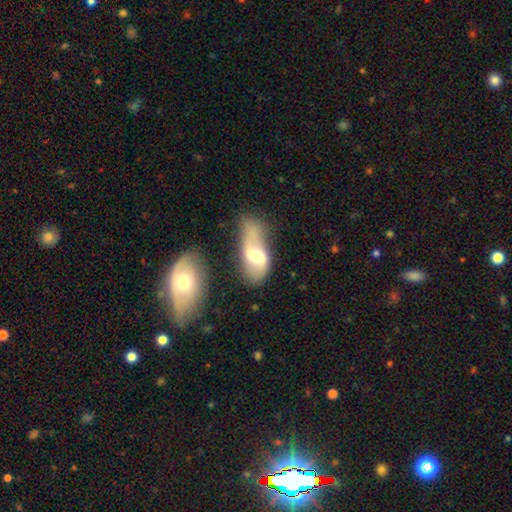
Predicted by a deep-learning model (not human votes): smooth-or-featured: featured or disk: 58% | smooth: 35% | star or artifact: 7%
  disk-edge-on: no: 91% | yes: 9%
    bar: weak: 47% | no: 31% | strong: 21%
    has-spiral-arms: yes: 73% | no: 27%
    bulge-size: moderate: 66% | large: 15% | small: 15% | dominant: 2% | none: 2%
  merging: none: 43% | minor disturbance: 27% | major disturbance: 17% | merger: 12%